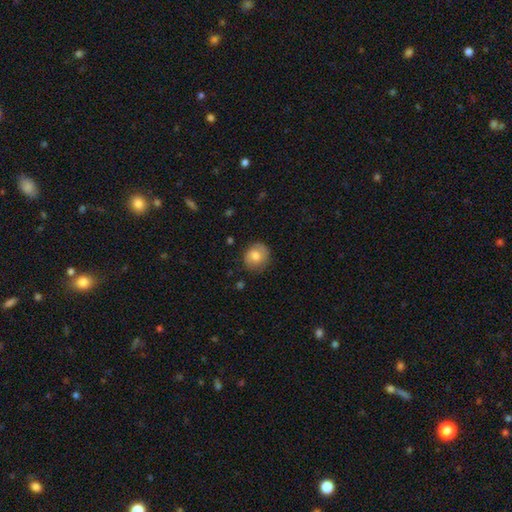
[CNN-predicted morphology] Smooth or featured: smooth — 78% (featured or disk — 15%)
How rounded: round — 78% (in between — 21%)
Merging: none — 78% (minor disturbance — 17%)